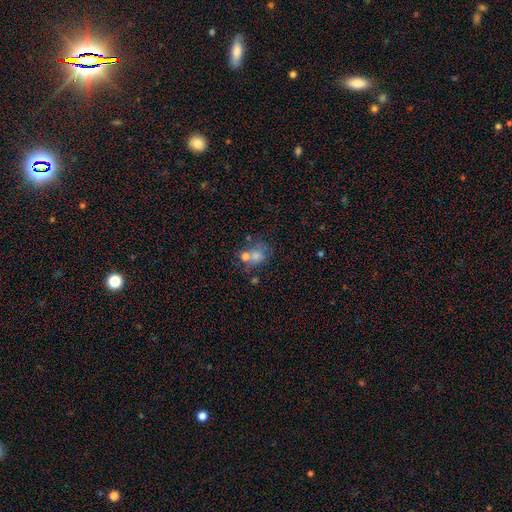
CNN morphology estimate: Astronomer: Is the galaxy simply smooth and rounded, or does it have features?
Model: smooth — 58%.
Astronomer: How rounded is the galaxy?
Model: round — 61% (runner-up: in between, 38%).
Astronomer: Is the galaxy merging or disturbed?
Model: none — 41% (runner-up: merger, 34%).